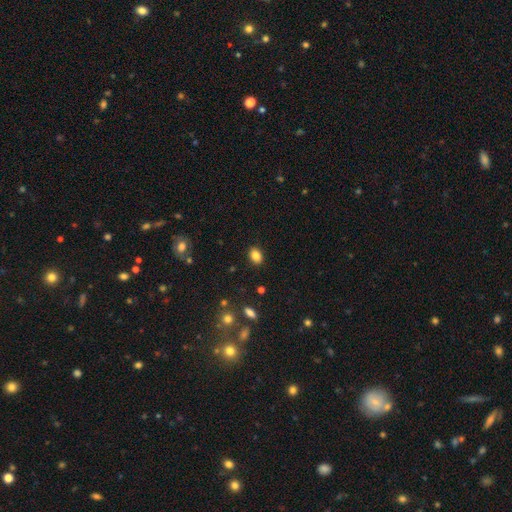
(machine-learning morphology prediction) smooth 85%, star or artifact 10%, featured or disk 5%. Down the decision tree: how rounded — in between (69%); merging — none (89%).